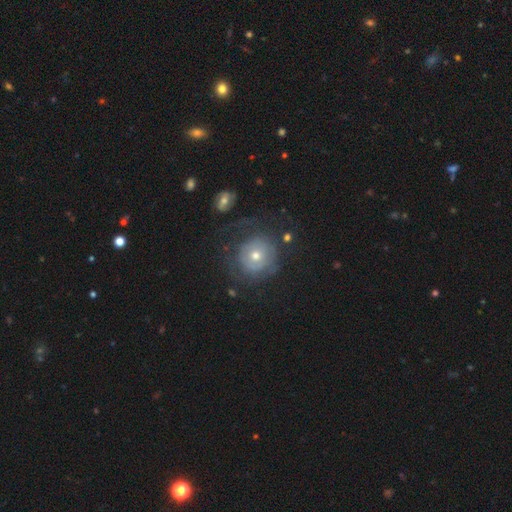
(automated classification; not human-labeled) Smooth or featured? smooth (46%)
Merging? none (63%)